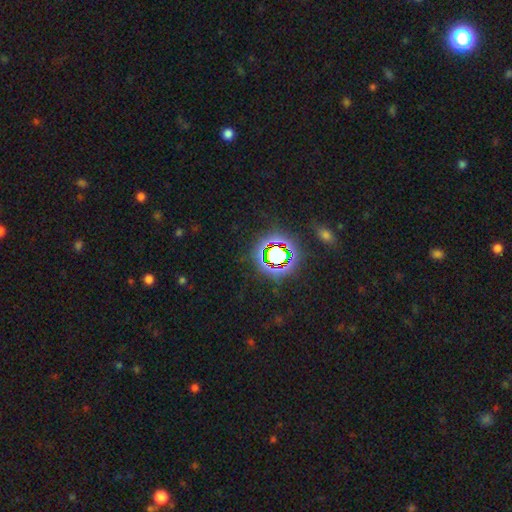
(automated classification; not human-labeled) Smooth or featured: star or artifact — 77% (smooth — 15%)